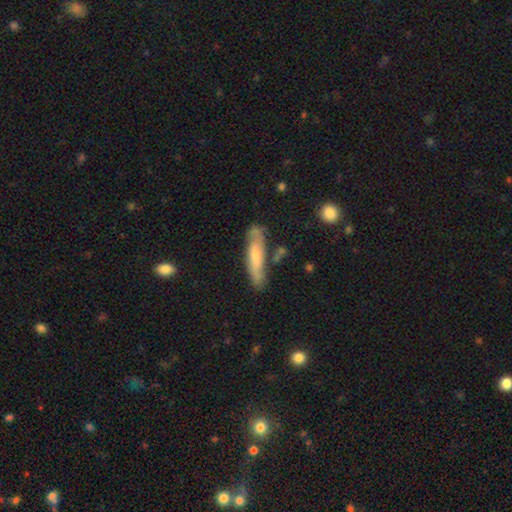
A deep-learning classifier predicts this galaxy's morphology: A smooth galaxy with no disk features (54%) that is cigar-shaped (81%). Merging: none (70%).